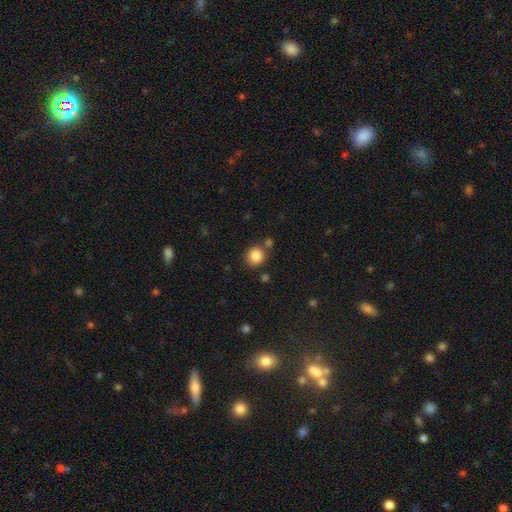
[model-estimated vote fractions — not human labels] Q: Smooth or featured?
A: smooth (86%); runner-up: star or artifact (10%)
Q: How rounded?
A: round (86%); runner-up: in between (13%)
Q: Merging?
A: none (76%); runner-up: merger (11%)